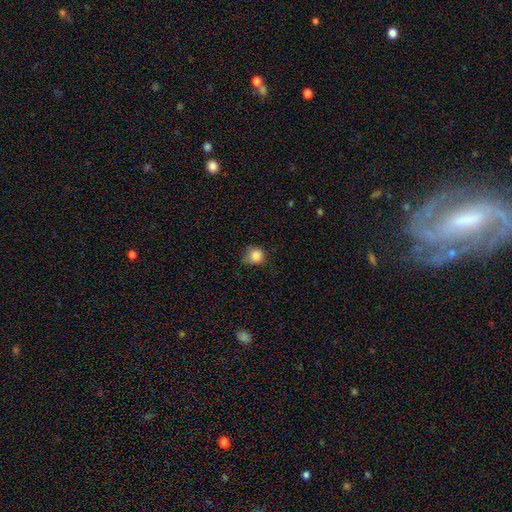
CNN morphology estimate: The model was most divided on "merging": none: 56%, minor disturbance: 34%, major disturbance: 9%, merger: 2%. More confident: smooth or featured — smooth (86%); how rounded — round (84%).